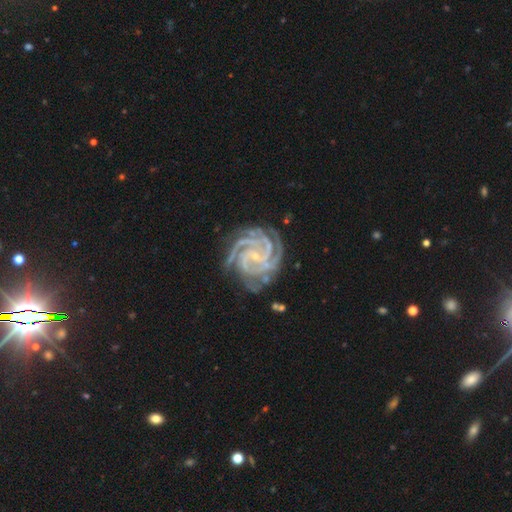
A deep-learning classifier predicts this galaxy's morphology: The model was most divided on "bar": no: 50%, weak: 32%, strong: 18%. Remaining: spiral arms — yes (99%); edge-on disk — no (98%); smooth or featured — featured or disk (93%); bulge size — small (84%); spiral winding — tight (78%); merging — none (74%); spiral arm count — 4 (41%).